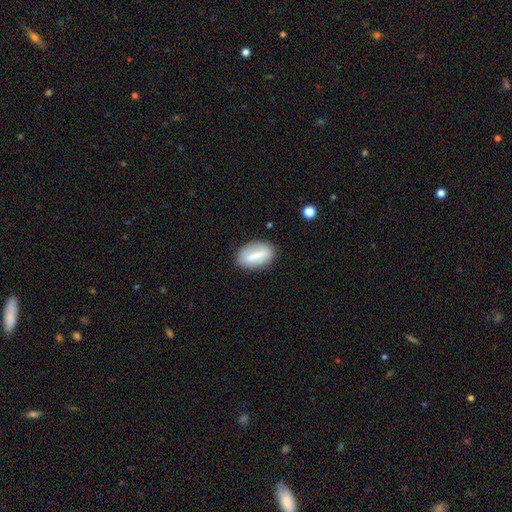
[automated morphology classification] smooth-or-featured: smooth: 65% | featured or disk: 28% | star or artifact: 7%
  how-rounded: in between: 89% | round: 6% | cigar-shaped: 5%
  merging: none: 81% | minor disturbance: 13% | major disturbance: 3% | merger: 2%